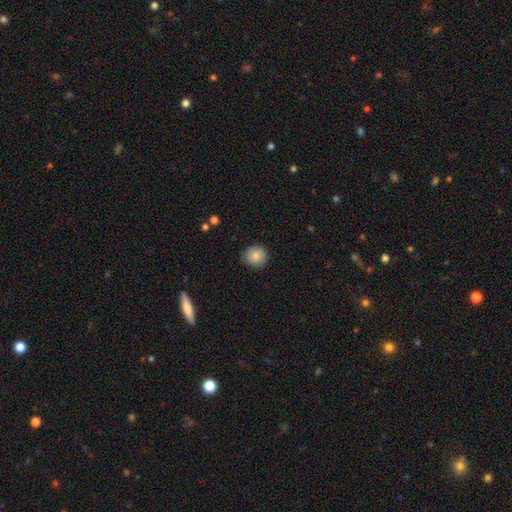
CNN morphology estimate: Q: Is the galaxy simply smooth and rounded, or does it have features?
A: smooth — 85%.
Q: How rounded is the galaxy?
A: round — 90%.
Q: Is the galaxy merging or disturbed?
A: none — 83%.